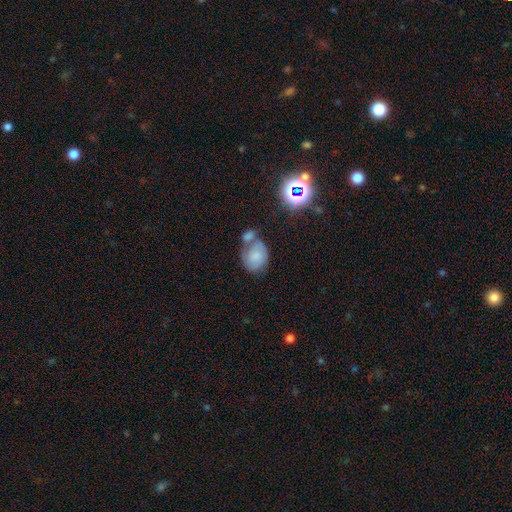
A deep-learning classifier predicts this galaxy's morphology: Overall: smooth (63%; featured or disk 25%). How rounded: in between (59%; round 40%). Merging: merger (39%; none 33%).